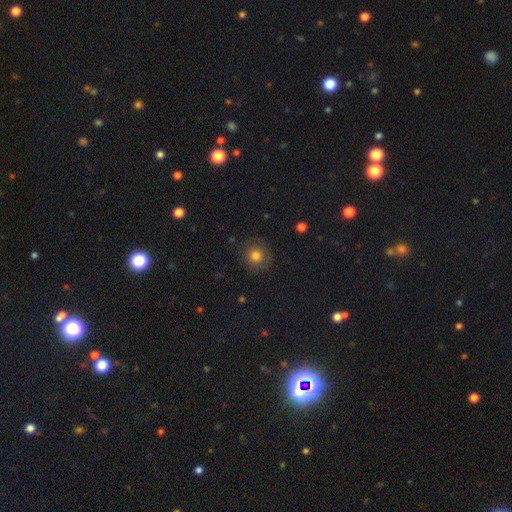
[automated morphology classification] type=smooth (78%); roundness=round (90%); merging=none (85%).